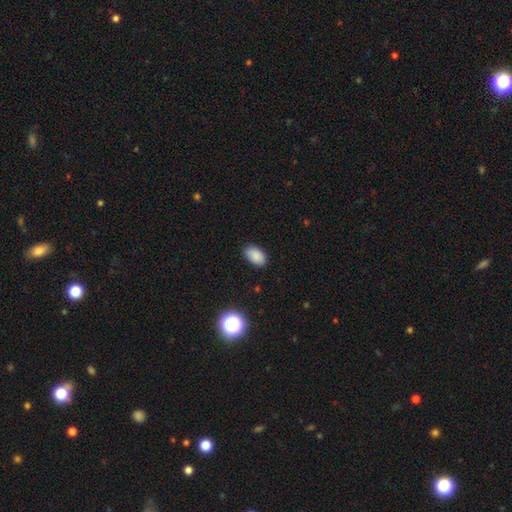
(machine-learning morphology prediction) smooth-or-featured: smooth: 86% | star or artifact: 9% | featured or disk: 5%
  how-rounded: in between: 92% | round: 7% | cigar-shaped: 1%
  merging: none: 83% | minor disturbance: 14% | major disturbance: 3% | merger: 1%